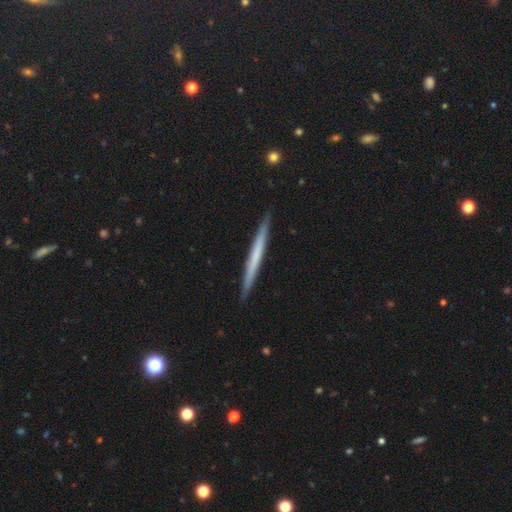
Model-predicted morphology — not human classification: This appears to be a smooth galaxy with no disk features (50%). Merging: none (91%).